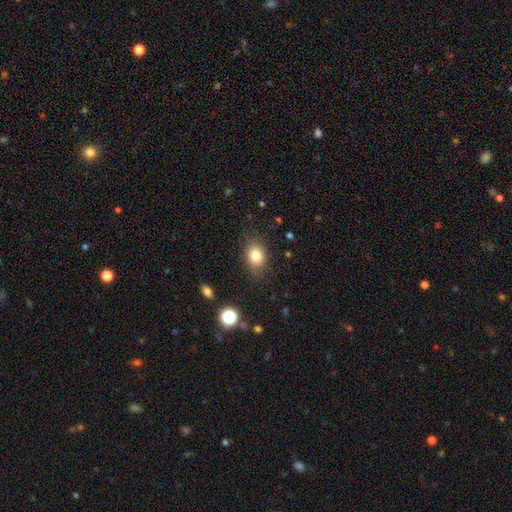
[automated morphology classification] smooth-or-featured: smooth: 81% | star or artifact: 11% | featured or disk: 9%
  how-rounded: in between: 64% | round: 35% | cigar-shaped: 1%
  merging: none: 82% | minor disturbance: 13% | major disturbance: 4% | merger: 1%